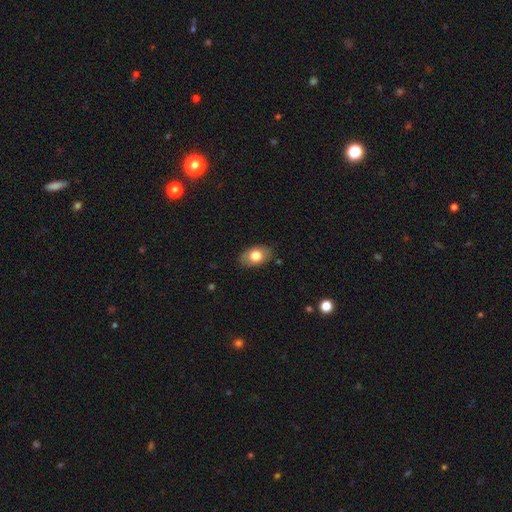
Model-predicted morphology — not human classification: A smooth galaxy with no disk features (76%) that is in between round and cigar-shaped (87%). Merging: none (83%).